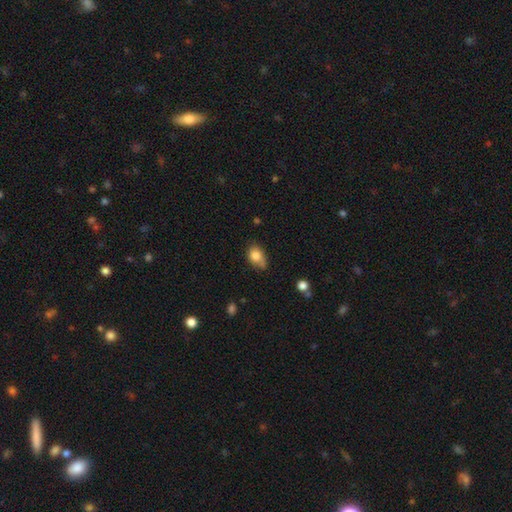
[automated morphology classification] Smooth or featured? smooth (79%)
How rounded? in between (72%)
Merging? none (44%)